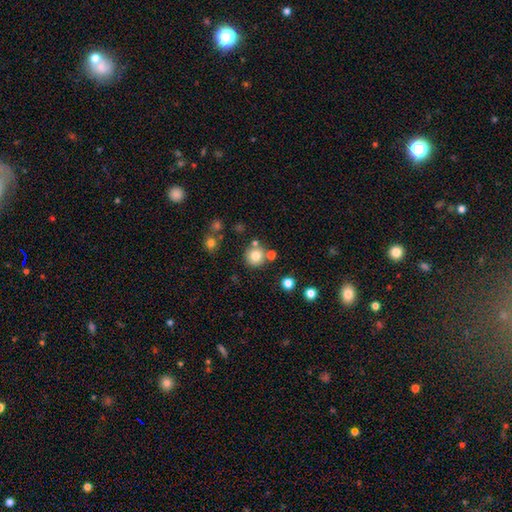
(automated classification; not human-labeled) A smooth galaxy with no disk features (78%) that is round (93%).

Vote fractions:
- Smooth or featured? smooth: 78% / star or artifact: 12% / featured or disk: 9%
- How rounded? round: 93% / in between: 6% / cigar-shaped: 1%
- Merging? none: 74% / merger: 13% / minor disturbance: 9% / major disturbance: 3%